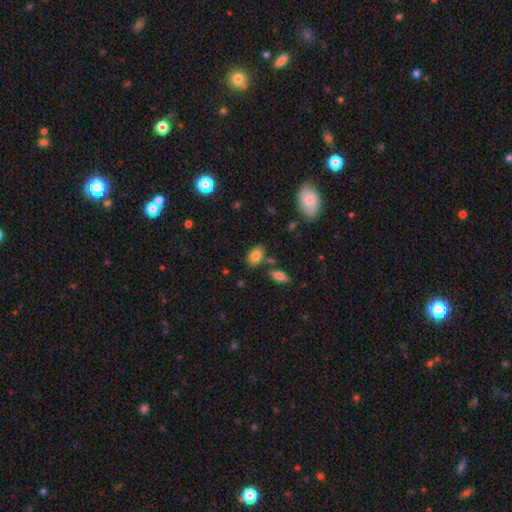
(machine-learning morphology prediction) This is clearly a smooth galaxy (82%). How rounded: clearly in between (82%). Merging: likely none (74%).